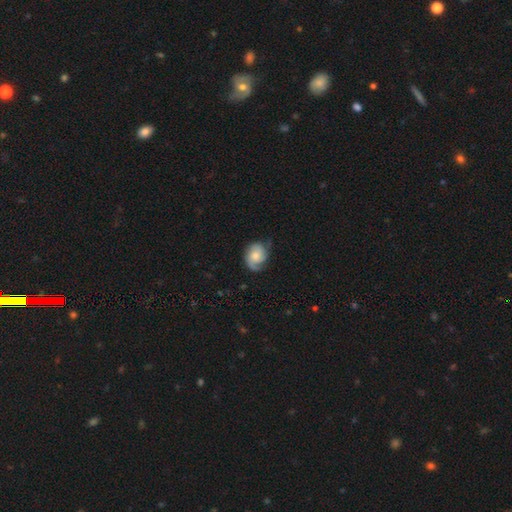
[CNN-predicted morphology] Overall: featured or disk (58%; smooth 35%). Edge-on disk: no (97%). Bar: no (76%). Spiral arms: yes (91%). Spiral arm count: 2 (41%; 1 30%). Spiral winding: tight (45%; medium 37%). Bulge size: moderate (51%; small 32%). Merging: none (60%; minor disturbance 27%).